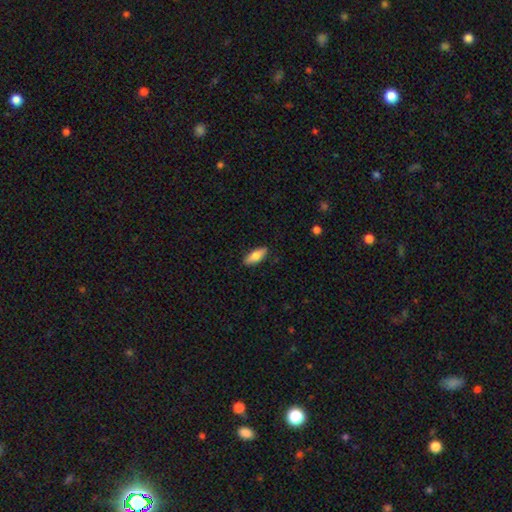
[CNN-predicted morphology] smooth-or-featured: smooth: 72% | featured or disk: 22% | star or artifact: 6%
  how-rounded: in between: 68% | cigar-shaped: 30% | round: 2%
  merging: none: 88% | minor disturbance: 9% | major disturbance: 2% | merger: 1%